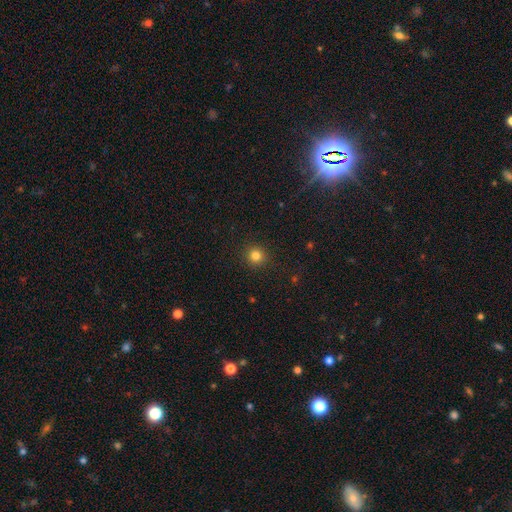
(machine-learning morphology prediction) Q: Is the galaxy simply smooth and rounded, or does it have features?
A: smooth — 82%.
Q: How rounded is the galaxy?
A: round — 93%.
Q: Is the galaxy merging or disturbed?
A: none — 91%.